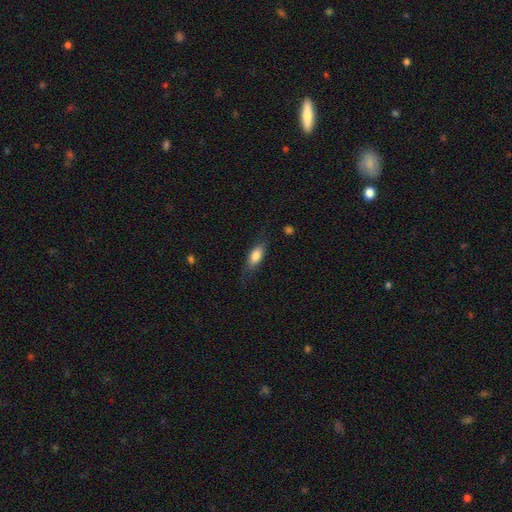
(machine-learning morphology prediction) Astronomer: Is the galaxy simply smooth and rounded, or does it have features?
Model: smooth — 78%.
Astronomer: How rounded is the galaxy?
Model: in between — 76%.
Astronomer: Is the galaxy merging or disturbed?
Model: none — 68%.